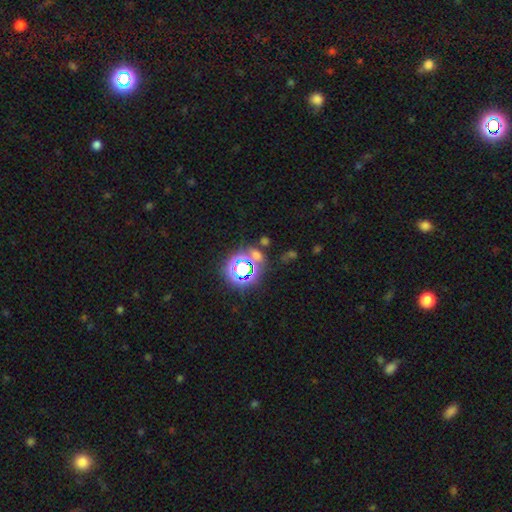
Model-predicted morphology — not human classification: A star or artifact, not a galaxy (58%).